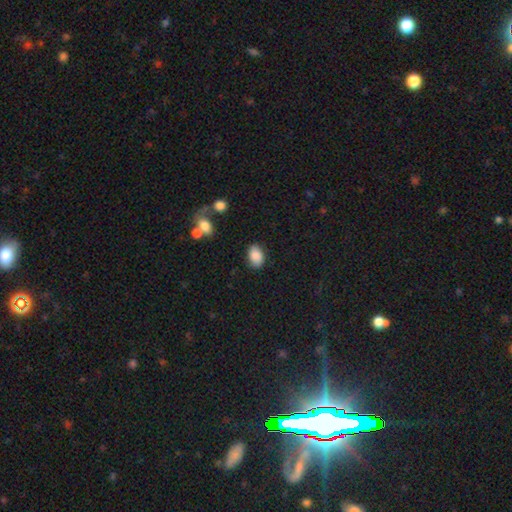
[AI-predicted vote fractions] This appears to be a smooth galaxy with no disk features (87%) that is in between round and cigar-shaped (86%). Merging: none (82%).